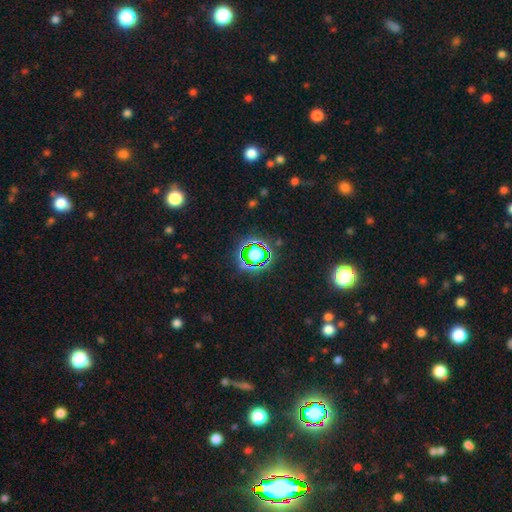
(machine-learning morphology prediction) This is likely a star or artifact rather than a galaxy (67%).